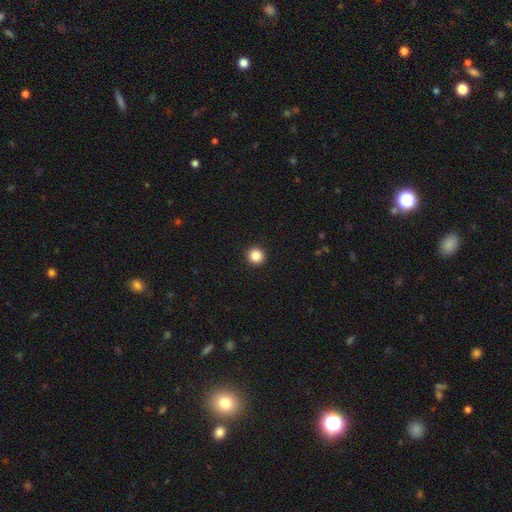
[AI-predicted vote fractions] Overall: smooth (86%). How rounded: round (96%). Merging: none (94%).